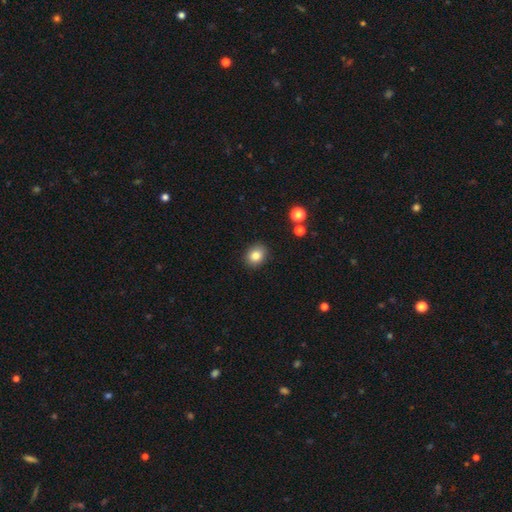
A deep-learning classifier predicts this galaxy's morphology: Smooth or featured?
  - smooth: 83% *
  - star or artifact: 10%
  - featured or disk: 7%
How rounded?
  - round: 57% *
  - in between: 42%
  - cigar-shaped: 1%
Merging?
  - none: 87% *
  - minor disturbance: 9%
  - major disturbance: 2%
  - merger: 2%